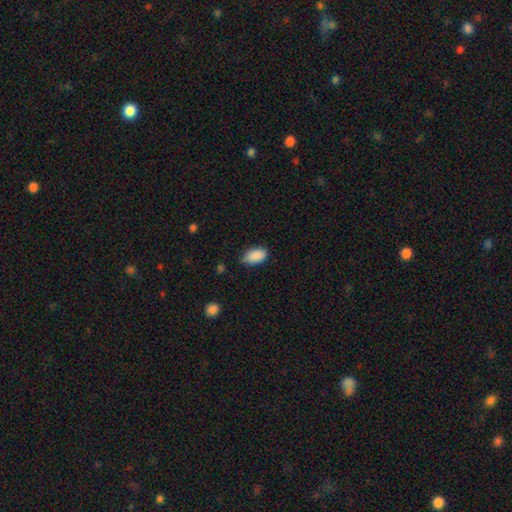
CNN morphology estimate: smooth-or-featured: smooth: 89% | star or artifact: 7% | featured or disk: 3%
  how-rounded: in between: 94% | round: 4% | cigar-shaped: 2%
  merging: none: 73% | minor disturbance: 22% | major disturbance: 3% | merger: 1%